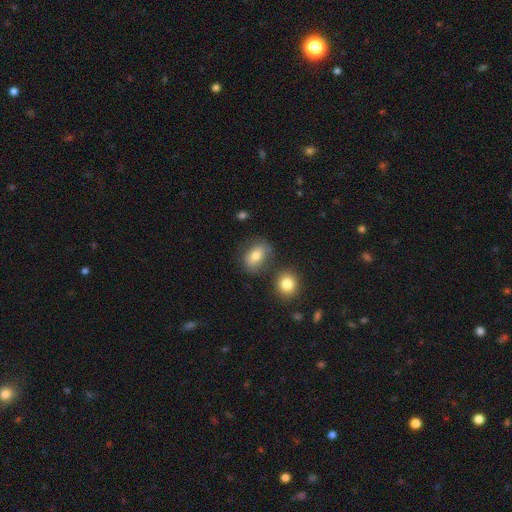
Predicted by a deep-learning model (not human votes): A smooth galaxy with no disk features (74%) that is in between round and cigar-shaped (78%).

Vote fractions:
- Smooth or featured? smooth: 74% / featured or disk: 16% / star or artifact: 9%
- How rounded? in between: 78% / round: 20% / cigar-shaped: 2%
- Merging? none: 66% / minor disturbance: 17% / merger: 12% / major disturbance: 6%